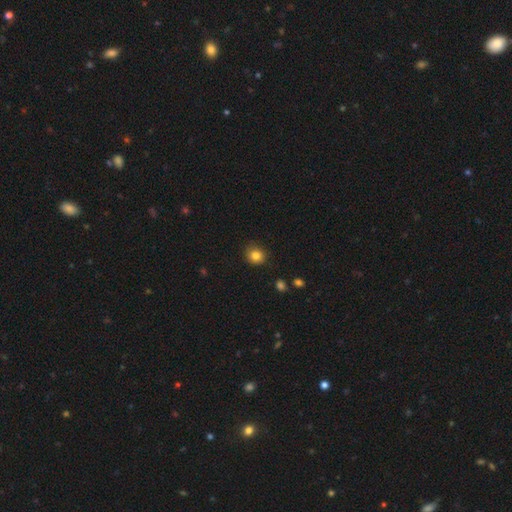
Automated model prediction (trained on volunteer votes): Overall: smooth (83%). How rounded: round (85%). Merging: none (84%).